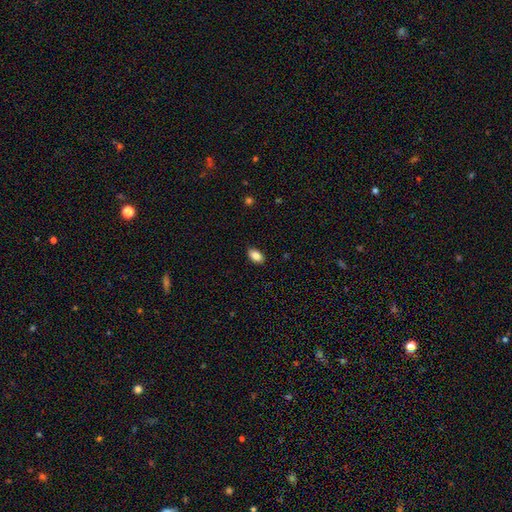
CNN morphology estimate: smooth_or_featured: smooth (p=0.86) [alt: star or artifact p=0.08]
how_rounded: in between (p=0.92) [alt: round p=0.06]
merging: none (p=0.88) [alt: minor disturbance p=0.09]